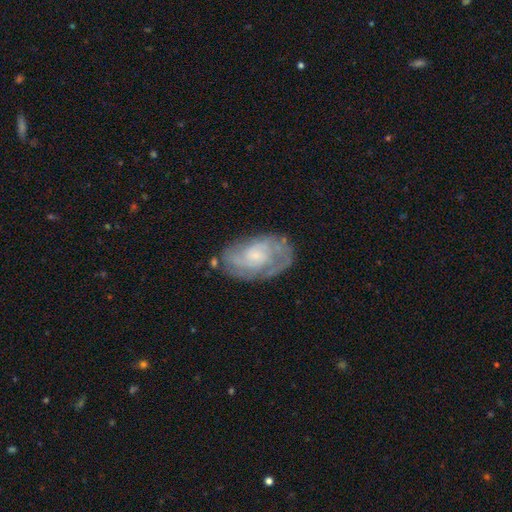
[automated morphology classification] The model was most divided on "spiral arm count": 2: 36%, can't tell: 35%, 3: 15%, 1: 5%, 4: 5%, more than 4: 4%. More confident: edge-on disk — no (96%); spiral arms — yes (90%); smooth or featured — featured or disk (77%); merging — none (69%); bar — no (65%); bulge size — small (55%); spiral winding — tight (51%).